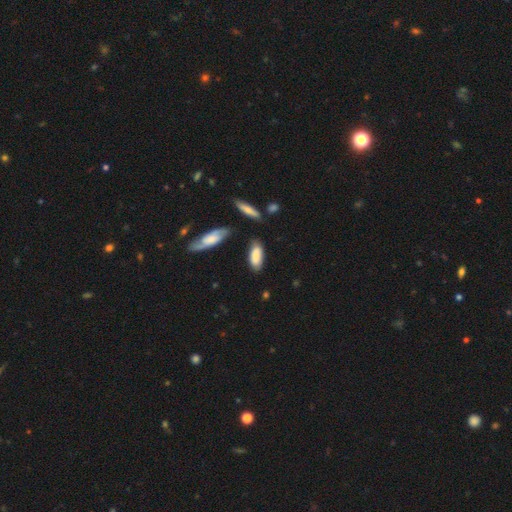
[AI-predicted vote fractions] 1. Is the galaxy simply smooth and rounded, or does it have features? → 82% smooth, 12% featured or disk, 6% star or artifact.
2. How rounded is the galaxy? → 78% in between, 20% cigar-shaped, 2% round.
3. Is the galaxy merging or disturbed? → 72% none, 19% minor disturbance, 5% major disturbance, 4% merger.